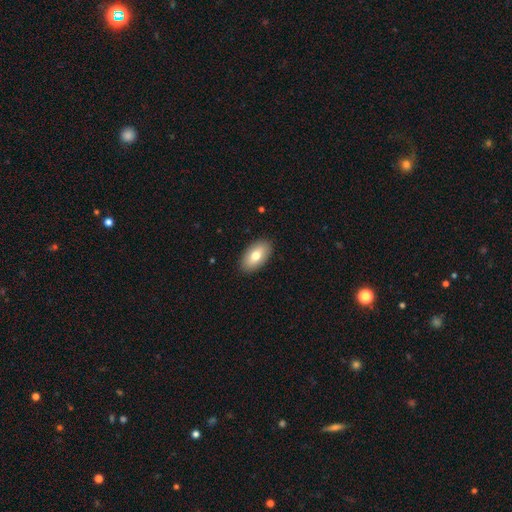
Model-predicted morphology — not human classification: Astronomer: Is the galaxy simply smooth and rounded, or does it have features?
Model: smooth — 76%.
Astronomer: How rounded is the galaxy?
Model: in between — 94%.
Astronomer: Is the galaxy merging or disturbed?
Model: none — 89%.